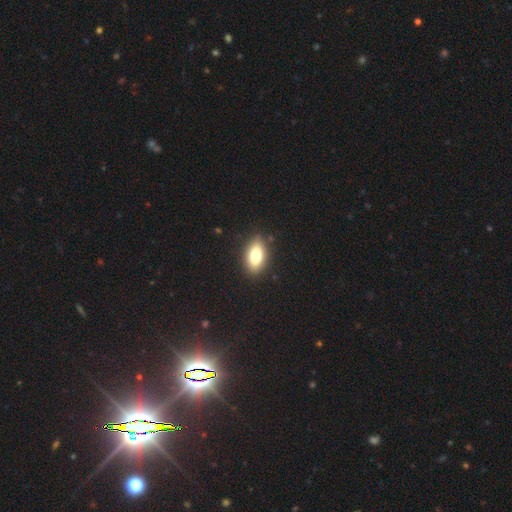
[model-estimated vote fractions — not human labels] smooth 79%, featured or disk 13%, star or artifact 8%. Down the decision tree: how rounded — in between (88%); merging — none (86%).